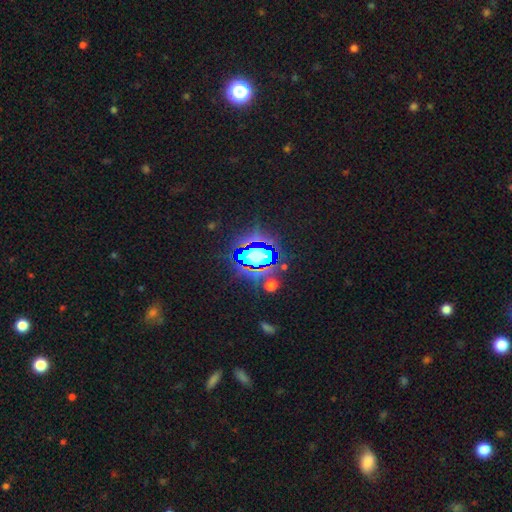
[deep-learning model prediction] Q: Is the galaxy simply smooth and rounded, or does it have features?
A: star or artifact — 64%.